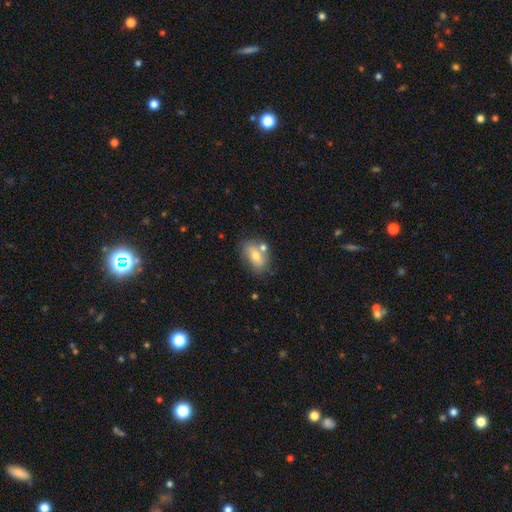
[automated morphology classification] smooth 63%, featured or disk 28%, star or artifact 8%. Down the decision tree: how rounded — in between (83%); merging — none (61%).